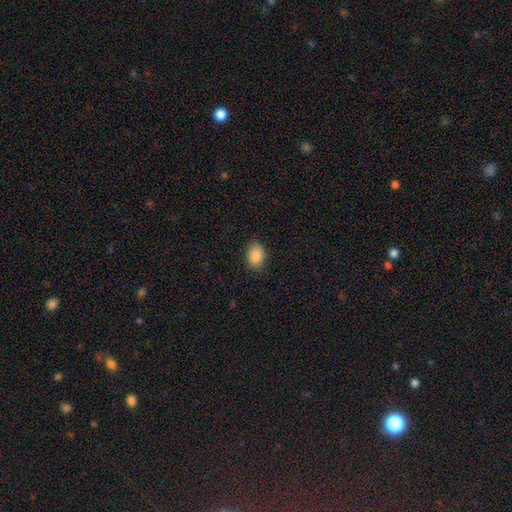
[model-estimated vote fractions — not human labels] Smooth or featured? Predicted: smooth (p=0.88). How rounded? Predicted: in between (p=0.79). Merging? Predicted: none (p=0.87).